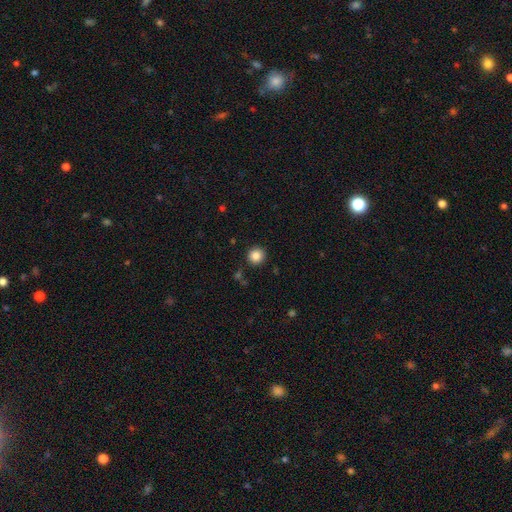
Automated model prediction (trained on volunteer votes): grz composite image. It shows a smooth galaxy with no disk features (86%) that is round (95%). Merging: none (91%).